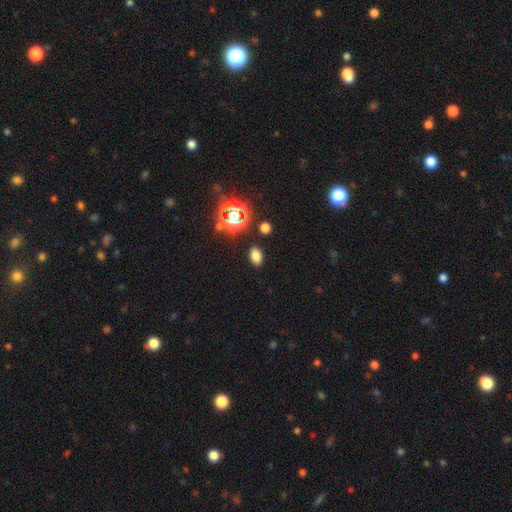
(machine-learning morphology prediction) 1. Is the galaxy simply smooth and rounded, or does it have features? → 73% smooth, 22% star or artifact, 6% featured or disk.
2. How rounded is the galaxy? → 82% in between, 16% round, 2% cigar-shaped.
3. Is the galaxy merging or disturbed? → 87% none, 8% minor disturbance, 2% major disturbance, 2% merger.